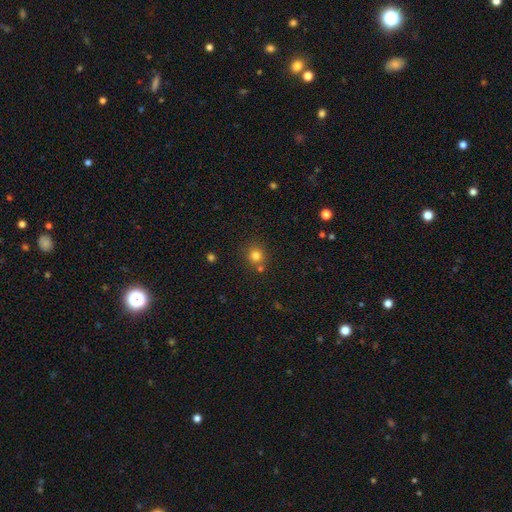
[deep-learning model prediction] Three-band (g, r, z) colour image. It shows a smooth galaxy with no disk features (78%) that is round (89%). Merging: none (74%).